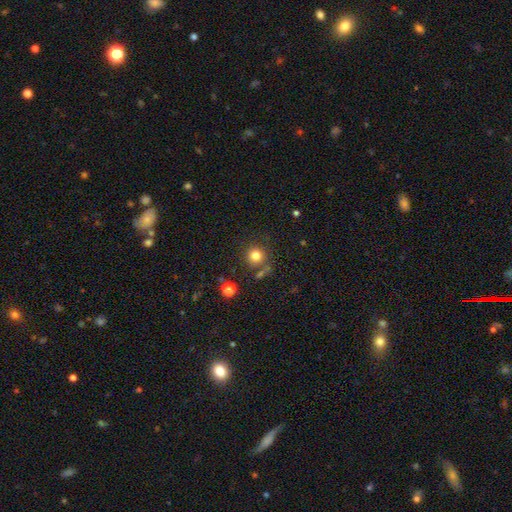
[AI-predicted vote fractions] The model was most divided on "merging": none: 72%, merger: 12%, minor disturbance: 11%, major disturbance: 5%. More confident: how rounded — round (91%); smooth or featured — smooth (80%).